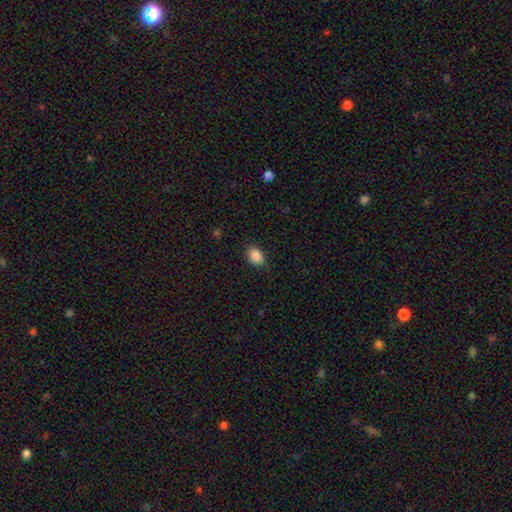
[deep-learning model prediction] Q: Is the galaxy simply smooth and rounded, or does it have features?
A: smooth — 89%.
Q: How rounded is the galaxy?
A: in between — 81%.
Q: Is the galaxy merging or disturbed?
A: none — 85%.